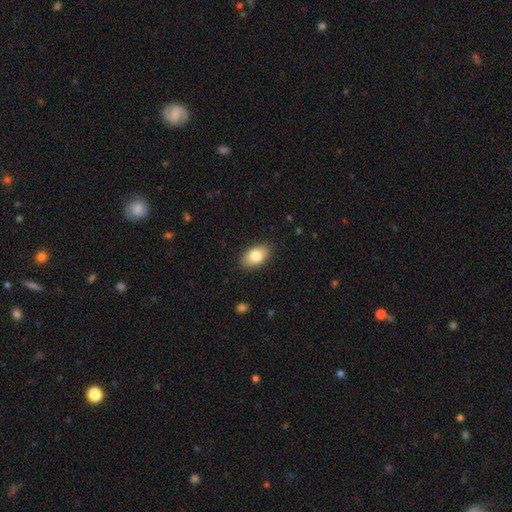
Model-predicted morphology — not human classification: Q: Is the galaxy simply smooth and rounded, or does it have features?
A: smooth — 81%.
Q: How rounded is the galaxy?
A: in between — 91%.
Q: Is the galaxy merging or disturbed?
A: none — 87%.